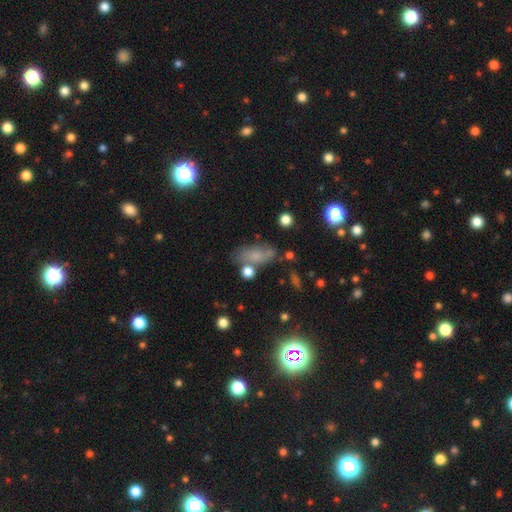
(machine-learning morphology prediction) Smooth or featured? smooth (66%)
How rounded? in between (78%)
Merging? none (57%)